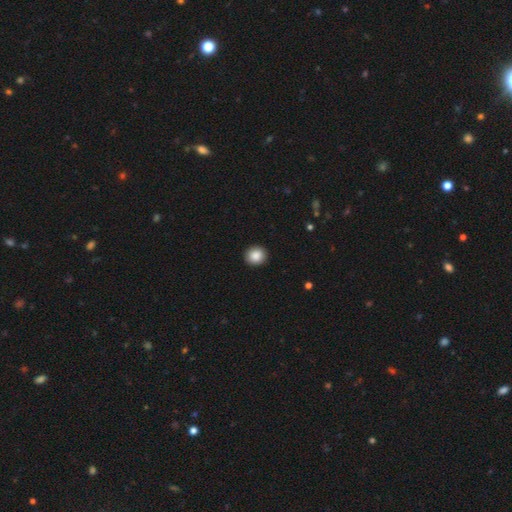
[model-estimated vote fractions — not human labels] Morphology: type=smooth (88%); roundness=round (84%); merging=none (92%).